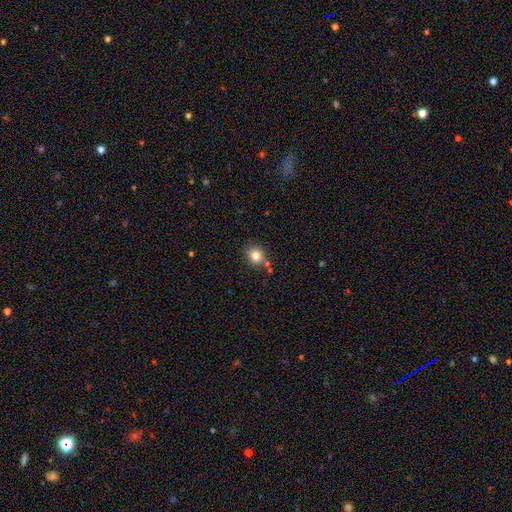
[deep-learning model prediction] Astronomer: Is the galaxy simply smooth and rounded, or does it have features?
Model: smooth — 82%.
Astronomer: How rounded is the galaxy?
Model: round — 79%.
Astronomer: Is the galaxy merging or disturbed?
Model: none — 78%.